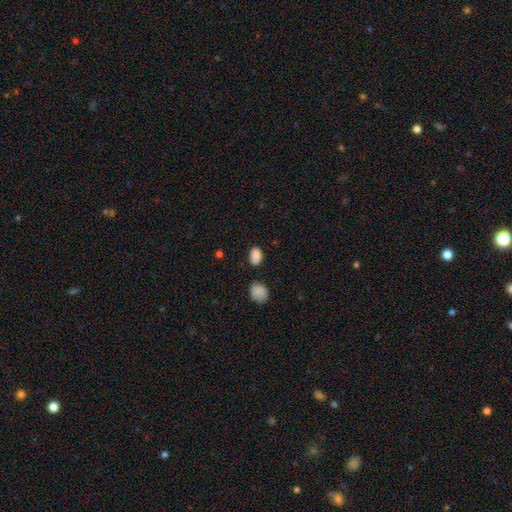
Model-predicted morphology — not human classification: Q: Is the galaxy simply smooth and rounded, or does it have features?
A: smooth — 87%.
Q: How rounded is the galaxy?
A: in between — 85%.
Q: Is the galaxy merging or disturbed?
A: none — 76%.